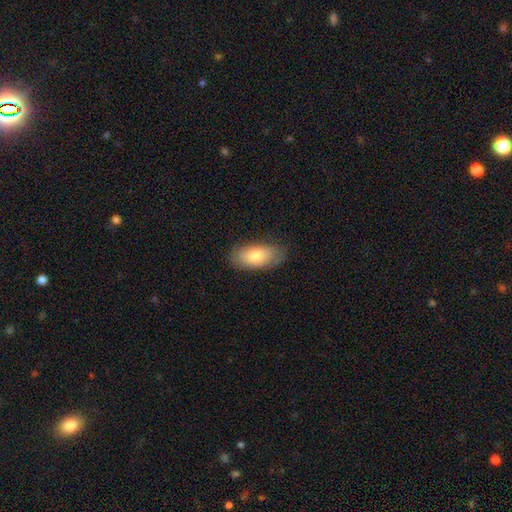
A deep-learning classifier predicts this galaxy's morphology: A smooth galaxy with no disk features (74%) that is in between round and cigar-shaped (91%). Merging: none (78%).